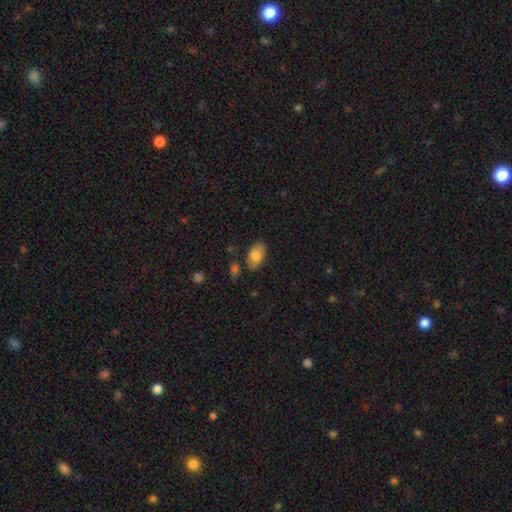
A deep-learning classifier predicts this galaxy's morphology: type=smooth (79%); roundness=in between (93%); merging=none (80%).